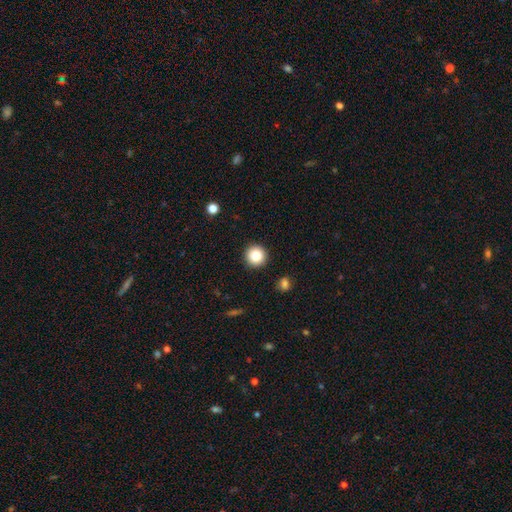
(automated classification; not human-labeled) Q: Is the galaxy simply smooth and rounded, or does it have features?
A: smooth — 85%.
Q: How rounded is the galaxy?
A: round — 95%.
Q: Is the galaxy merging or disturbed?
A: none — 92%.